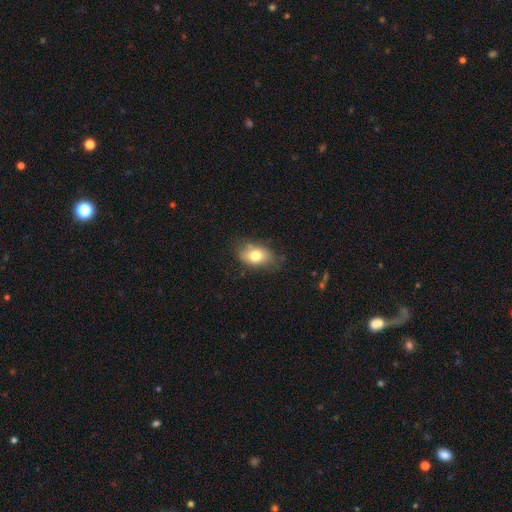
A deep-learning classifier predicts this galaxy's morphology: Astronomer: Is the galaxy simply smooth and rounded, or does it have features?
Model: smooth — 76%.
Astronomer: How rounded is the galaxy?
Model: in between — 85%.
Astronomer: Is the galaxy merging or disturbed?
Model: none — 66%.